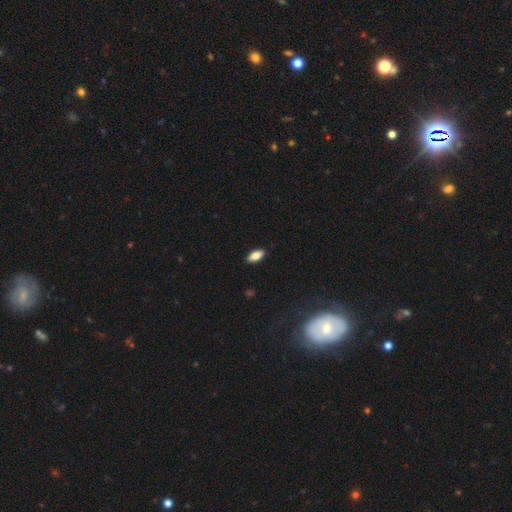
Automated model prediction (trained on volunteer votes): Q: Smooth or featured?
A: smooth (84%); runner-up: featured or disk (9%)
Q: How rounded?
A: in between (86%); runner-up: cigar-shaped (11%)
Q: Merging?
A: none (89%); runner-up: minor disturbance (9%)